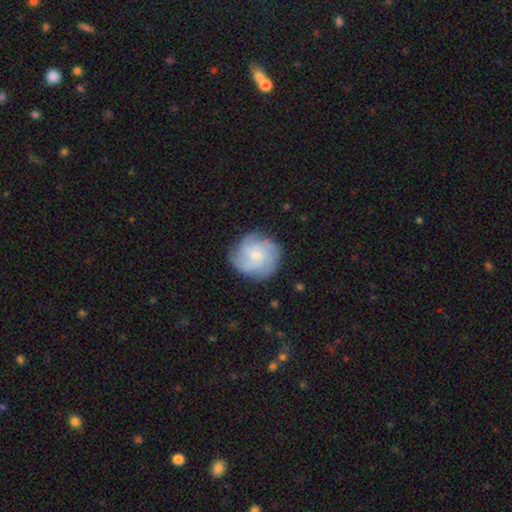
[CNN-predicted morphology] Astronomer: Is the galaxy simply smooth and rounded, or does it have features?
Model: featured or disk — 61%.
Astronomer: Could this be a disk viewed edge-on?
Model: no — 98%.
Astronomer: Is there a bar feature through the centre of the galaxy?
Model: no — 72%.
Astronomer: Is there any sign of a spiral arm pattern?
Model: yes — 91%.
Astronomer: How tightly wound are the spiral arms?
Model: tight — 47% (runner-up: medium, 39%).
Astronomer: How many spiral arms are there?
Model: can't tell — 29% (runner-up: 4, 27%).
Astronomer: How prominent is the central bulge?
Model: small — 66%.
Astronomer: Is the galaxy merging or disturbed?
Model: none — 78%.